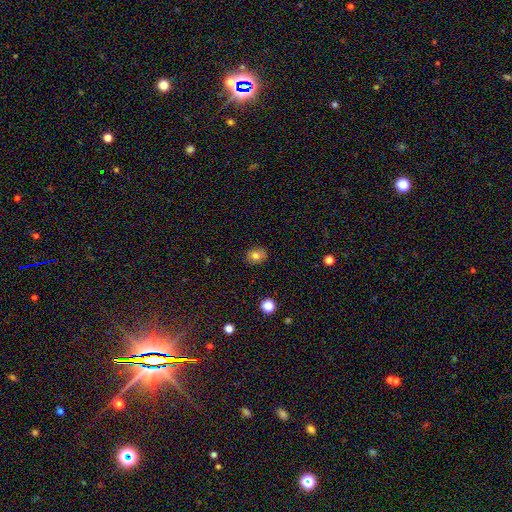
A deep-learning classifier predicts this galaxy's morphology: smooth_or_featured: smooth (p=0.77) [alt: star or artifact p=0.11]
how_rounded: round (p=0.52) [alt: in between p=0.47]
merging: none (p=0.87) [alt: minor disturbance p=0.10]